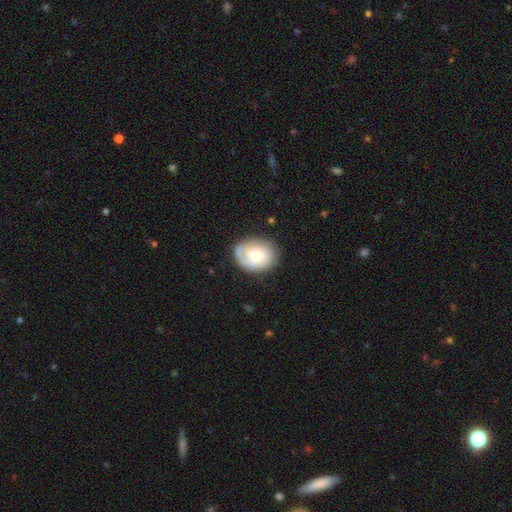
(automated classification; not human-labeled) Smooth or featured? Predicted: smooth (p=0.51). How rounded? Predicted: in between (p=0.50). Merging? Predicted: none (p=0.70).